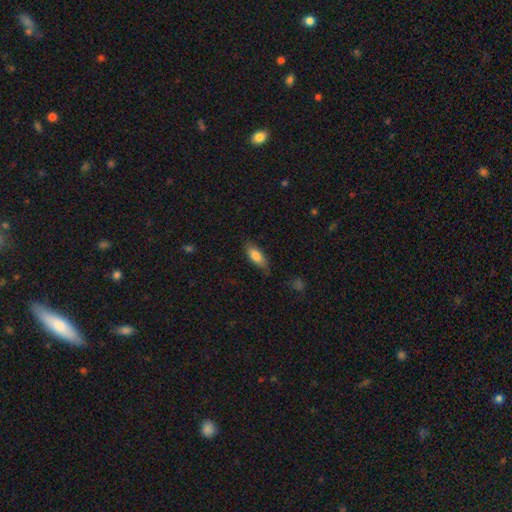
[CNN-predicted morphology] Q: Smooth or featured?
A: smooth (80%); runner-up: featured or disk (14%)
Q: How rounded?
A: in between (75%); runner-up: cigar-shaped (23%)
Q: Merging?
A: none (78%); runner-up: minor disturbance (18%)